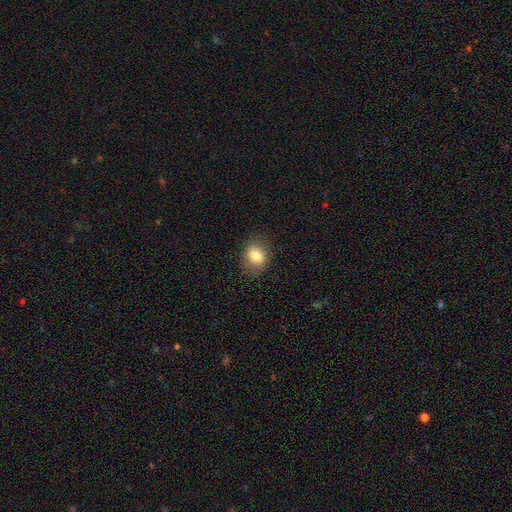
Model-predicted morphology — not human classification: A smooth galaxy with no disk features (81%) that is in between round and cigar-shaped (51%).

Vote fractions:
- Smooth or featured? smooth: 81% / star or artifact: 10% / featured or disk: 9%
- How rounded? in between: 51% / round: 48% / cigar-shaped: 1%
- Merging? none: 81% / minor disturbance: 14% / major disturbance: 4% / merger: 1%